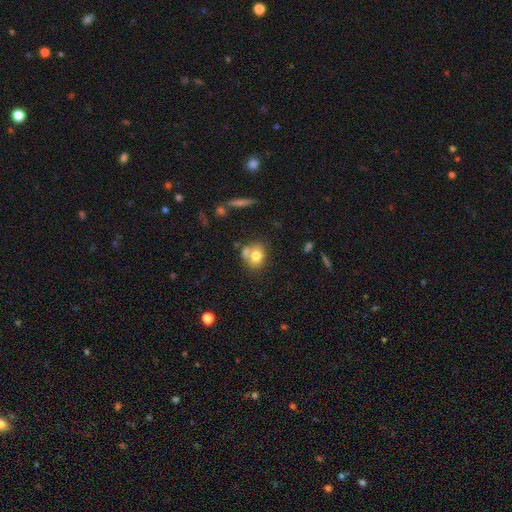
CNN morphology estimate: type=smooth (75%); roundness=round (56%); merging=none (44%).